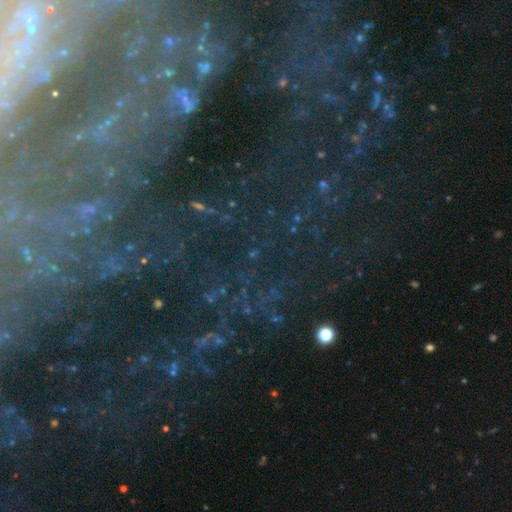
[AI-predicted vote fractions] star or artifact 53%, featured or disk 33%, smooth 14%.